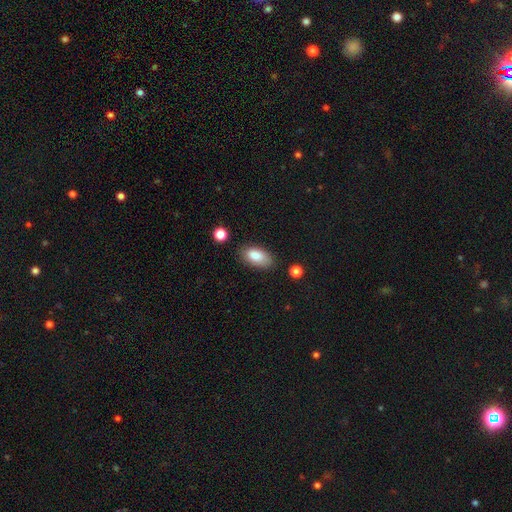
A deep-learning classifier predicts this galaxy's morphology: Smooth or featured?
  - smooth: 85% *
  - featured or disk: 8%
  - star or artifact: 7%
How rounded?
  - in between: 93% *
  - cigar-shaped: 4%
  - round: 4%
Merging?
  - none: 77% *
  - minor disturbance: 16%
  - major disturbance: 4%
  - merger: 3%